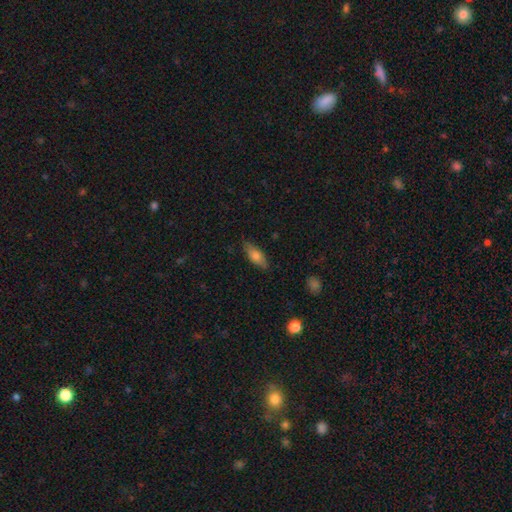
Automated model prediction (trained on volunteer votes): smooth 72%, featured or disk 21%, star or artifact 7%. Down the decision tree: how rounded — in between (70%); merging — none (81%).